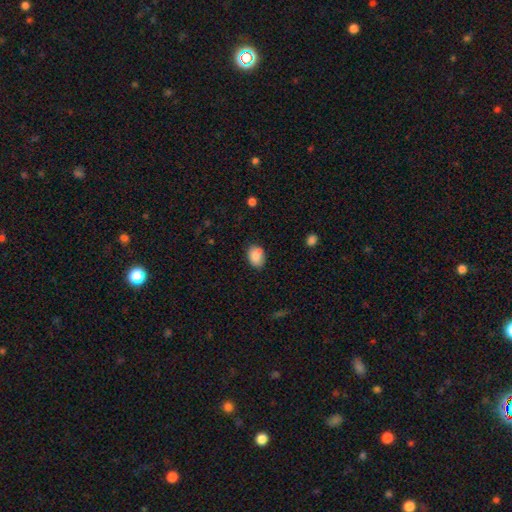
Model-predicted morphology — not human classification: type=smooth (84%); roundness=in between (73%); merging=none (69%).